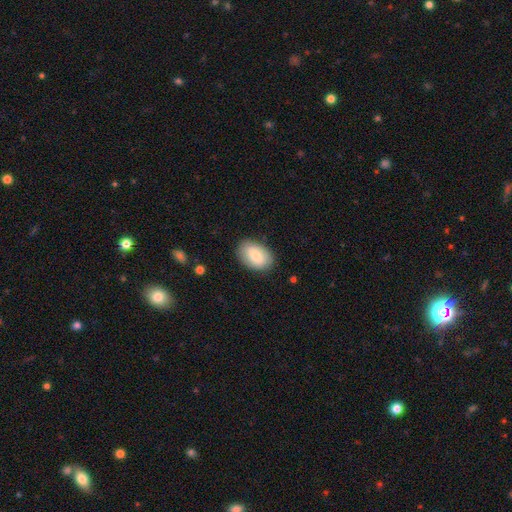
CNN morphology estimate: A smooth galaxy with no disk features (81%) that is in between round and cigar-shaped (91%).

Vote fractions:
- Smooth or featured? smooth: 81% / featured or disk: 13% / star or artifact: 6%
- How rounded? in between: 91% / round: 7% / cigar-shaped: 1%
- Merging? none: 84% / minor disturbance: 12% / major disturbance: 3% / merger: 1%